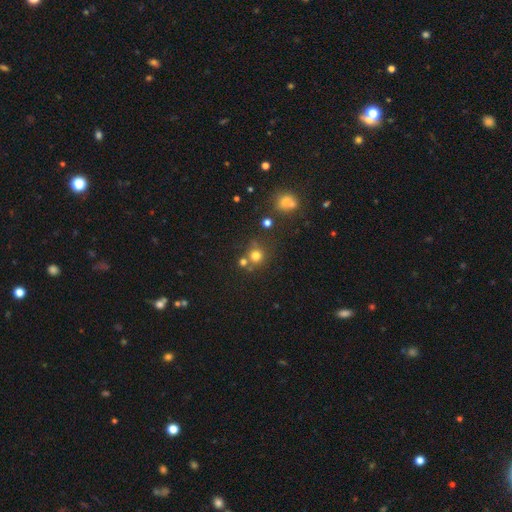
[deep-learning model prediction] Q: Smooth or featured?
A: smooth (74%); runner-up: star or artifact (18%)
Q: How rounded?
A: round (90%); runner-up: in between (9%)
Q: Merging?
A: none (66%); runner-up: merger (20%)